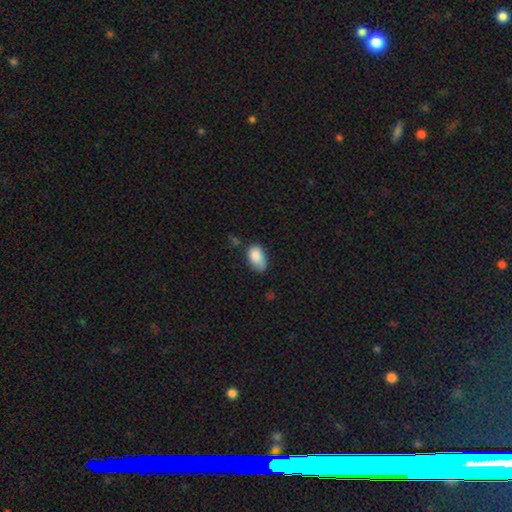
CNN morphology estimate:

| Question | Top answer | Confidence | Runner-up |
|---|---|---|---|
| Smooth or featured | smooth | 84% | featured or disk (8%) |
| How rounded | in between | 90% | round (8%) |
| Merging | none | 49% | minor disturbance (37%) |